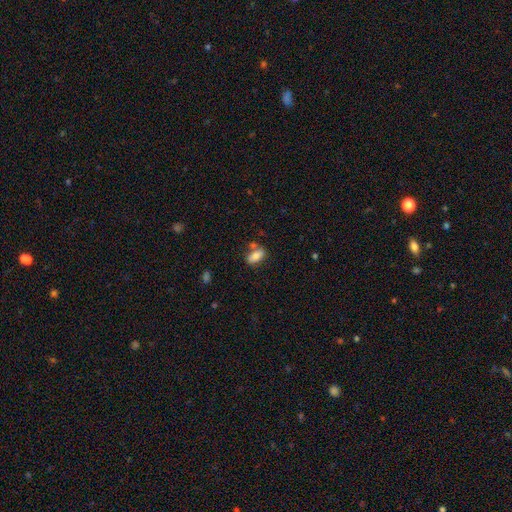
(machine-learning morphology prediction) This is likely a smooth galaxy (79%). How rounded: clearly in between (88%). Merging: likely none (63%).